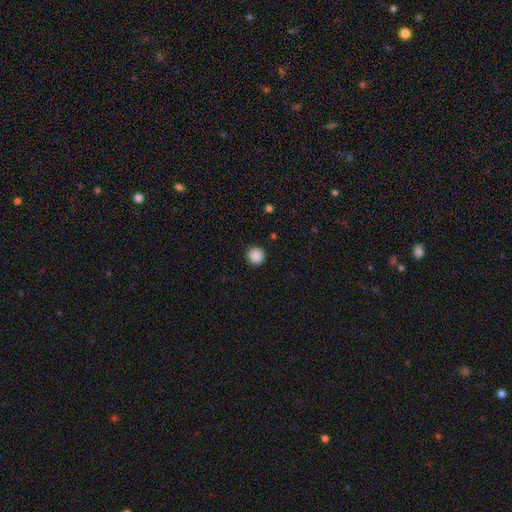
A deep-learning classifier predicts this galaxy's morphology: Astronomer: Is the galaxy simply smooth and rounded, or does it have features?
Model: smooth — 89%.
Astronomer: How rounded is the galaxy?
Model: round — 96%.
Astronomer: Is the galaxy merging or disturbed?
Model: none — 93%.